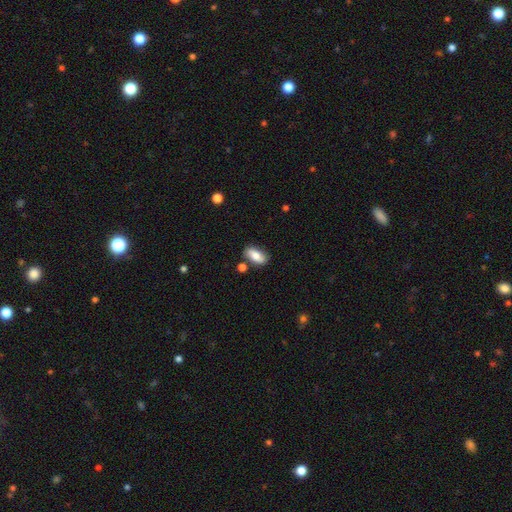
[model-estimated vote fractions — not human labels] A smooth galaxy with no disk features (69%) that is in between round and cigar-shaped (88%).

Vote fractions:
- Smooth or featured? smooth: 69% / featured or disk: 23% / star or artifact: 8%
- How rounded? in between: 88% / cigar-shaped: 7% / round: 5%
- Merging? none: 71% / minor disturbance: 16% / merger: 9% / major disturbance: 4%